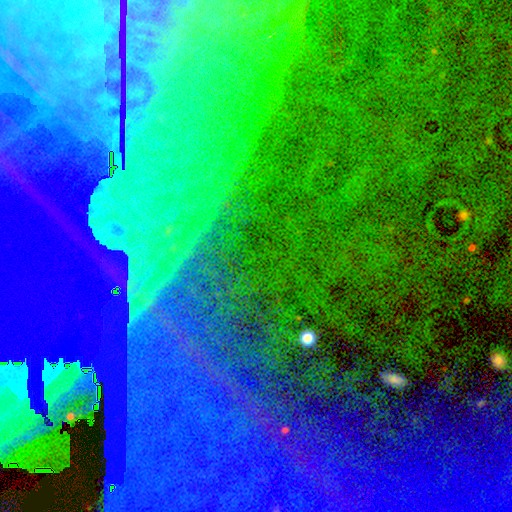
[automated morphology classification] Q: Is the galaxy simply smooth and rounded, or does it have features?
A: star or artifact — 82%.